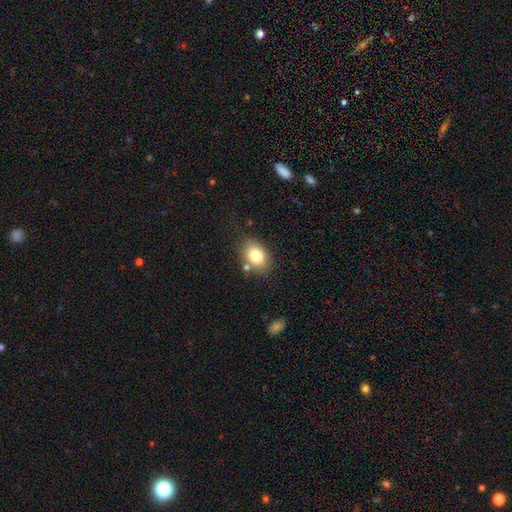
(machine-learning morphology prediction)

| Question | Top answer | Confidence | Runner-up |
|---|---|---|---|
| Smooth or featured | smooth | 80% | featured or disk (11%) |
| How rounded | in between | 74% | round (25%) |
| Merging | none | 76% | minor disturbance (13%) |